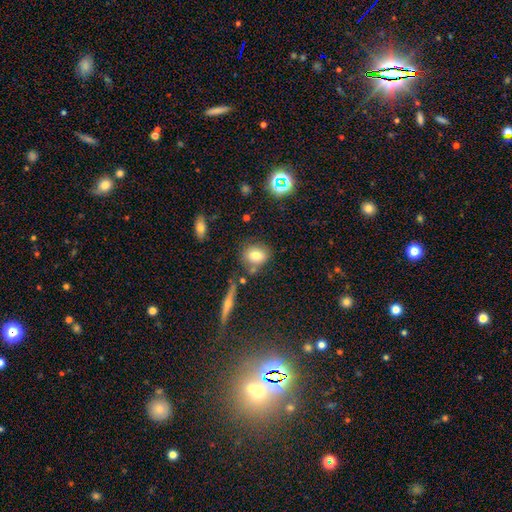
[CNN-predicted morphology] A smooth galaxy with no disk features (75%) that is round (50%). Merging: none (71%).